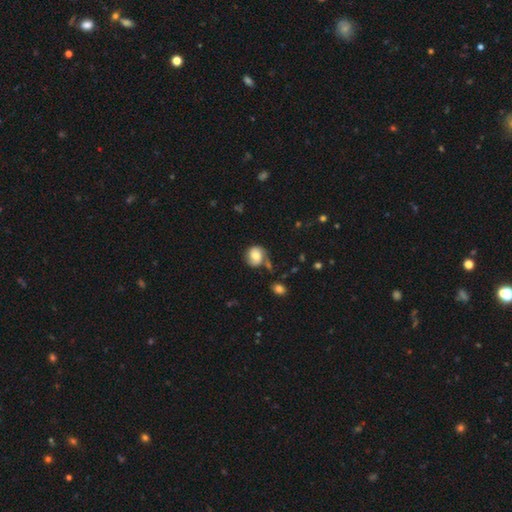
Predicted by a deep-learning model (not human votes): A smooth galaxy with no disk features (51%) that is round (76%). Merging: none (58%).